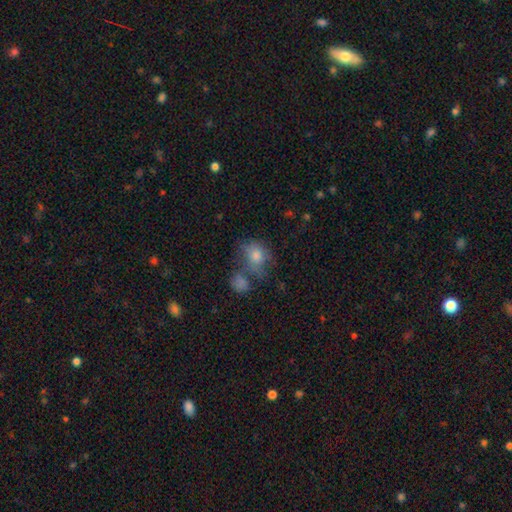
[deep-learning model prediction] Smooth or featured? Predicted: smooth (p=0.70). How rounded? Predicted: round (p=0.58). Merging? Predicted: none (p=0.42).